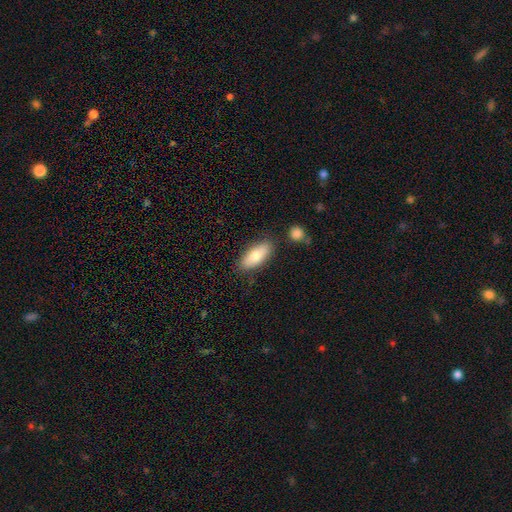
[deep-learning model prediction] Smooth or featured? smooth (75%)
How rounded? in between (80%)
Merging? none (80%)